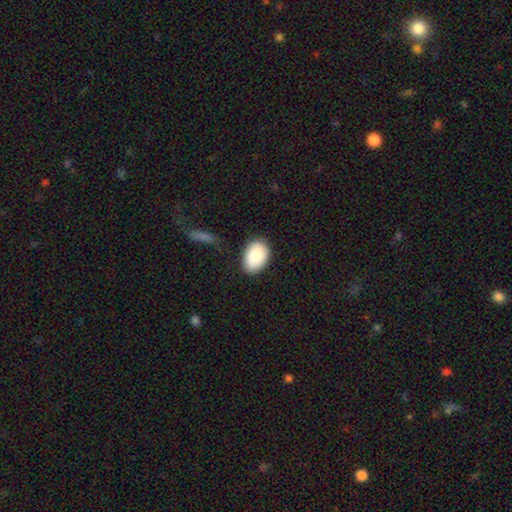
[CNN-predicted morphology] A smooth galaxy with no disk features (86%) that is in between round and cigar-shaped (85%).

Vote fractions:
- Smooth or featured? smooth: 86% / featured or disk: 7% / star or artifact: 6%
- How rounded? in between: 85% / round: 14% / cigar-shaped: 1%
- Merging? none: 82% / minor disturbance: 13% / major disturbance: 3% / merger: 2%